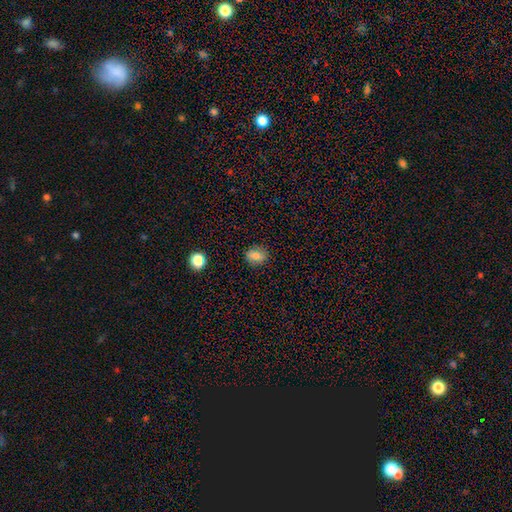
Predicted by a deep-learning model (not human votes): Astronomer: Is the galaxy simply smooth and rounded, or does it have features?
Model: smooth — 79%.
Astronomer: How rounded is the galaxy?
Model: round — 59% (runner-up: in between, 40%).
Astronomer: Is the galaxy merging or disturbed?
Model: none — 86%.